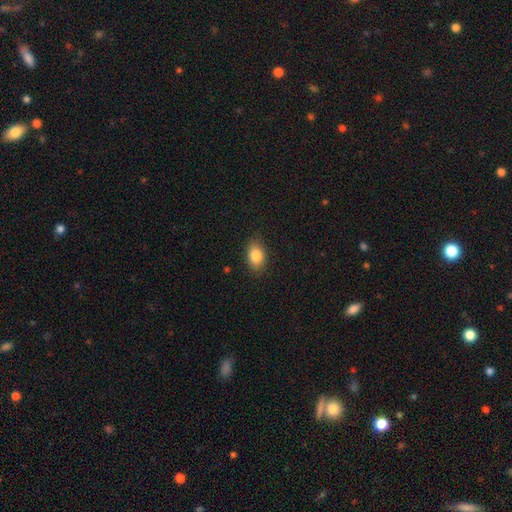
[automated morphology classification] A smooth galaxy with no disk features (84%) that is in between round and cigar-shaped (85%).

Vote fractions:
- Smooth or featured? smooth: 84% / star or artifact: 8% / featured or disk: 8%
- How rounded? in between: 85% / round: 14% / cigar-shaped: 2%
- Merging? none: 85% / minor disturbance: 12% / major disturbance: 3% / merger: 1%